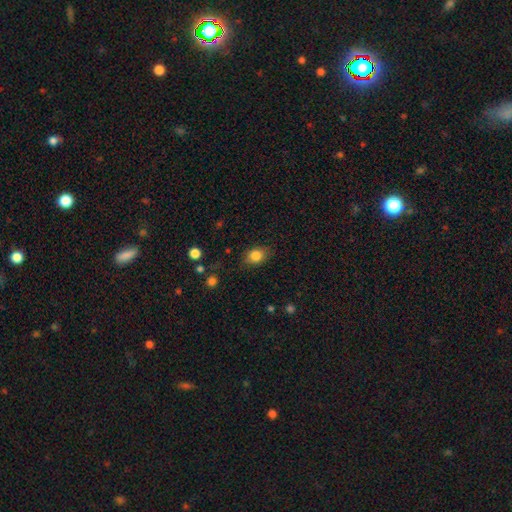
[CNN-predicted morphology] This is clearly a smooth galaxy (83%). How rounded: likely in between (66%). Merging: clearly none (80%).